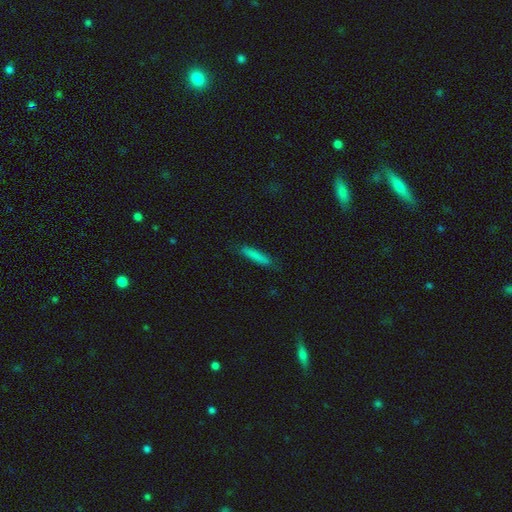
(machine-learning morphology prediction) Smooth or featured?
  - smooth: 82% *
  - featured or disk: 11%
  - star or artifact: 7%
How rounded?
  - cigar-shaped: 90% *
  - in between: 9%
  - round: 1%
Merging?
  - none: 85% *
  - minor disturbance: 11%
  - major disturbance: 2%
  - merger: 1%